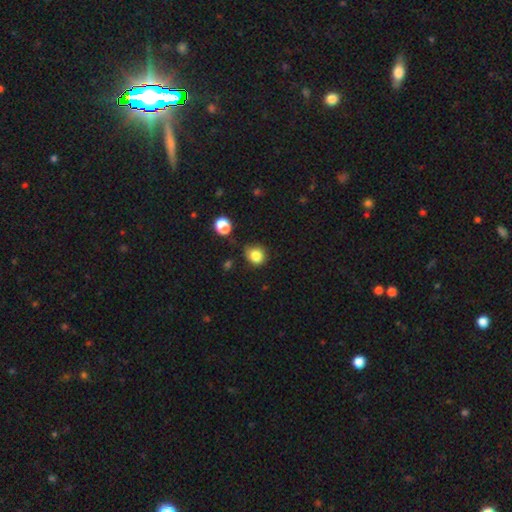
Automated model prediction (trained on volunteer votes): Overall: smooth (84%). How rounded: round (74%). Merging: none (67%).